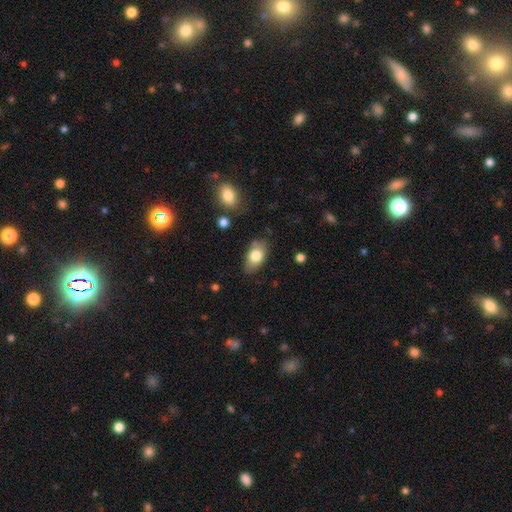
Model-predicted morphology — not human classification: The model was most divided on "merging": none: 75%, minor disturbance: 18%, major disturbance: 4%, merger: 3%. More confident: how rounded — in between (90%); smooth or featured — smooth (77%).